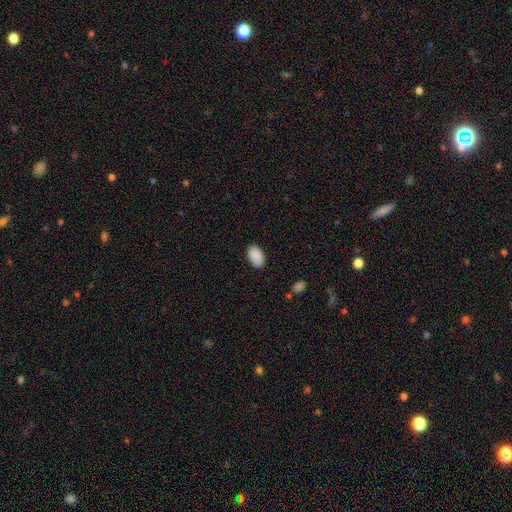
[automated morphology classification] smooth_or_featured: smooth (p=0.90) [alt: star or artifact p=0.06]
how_rounded: in between (p=0.93) [alt: round p=0.06]
merging: none (p=0.85) [alt: minor disturbance p=0.11]